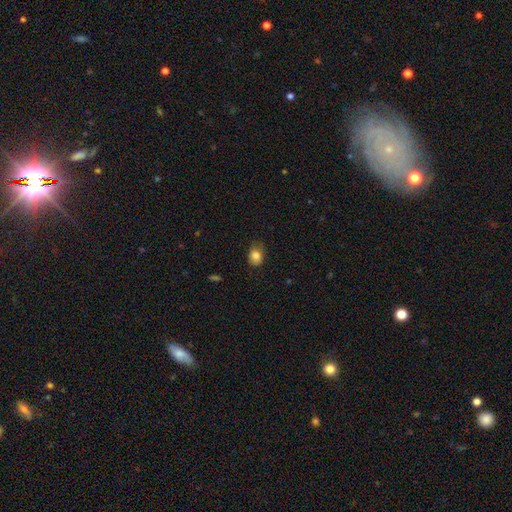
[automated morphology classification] A smooth galaxy with no disk features (84%) that is in between round and cigar-shaped (59%). Merging: none (65%).